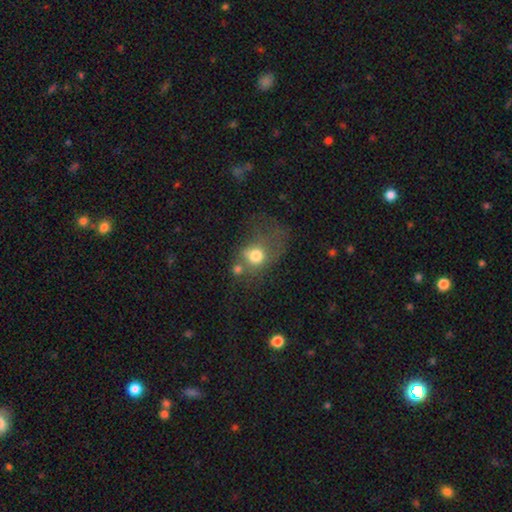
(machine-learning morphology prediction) type=smooth (69%); roundness=round (59%); merging=major disturbance (31%).